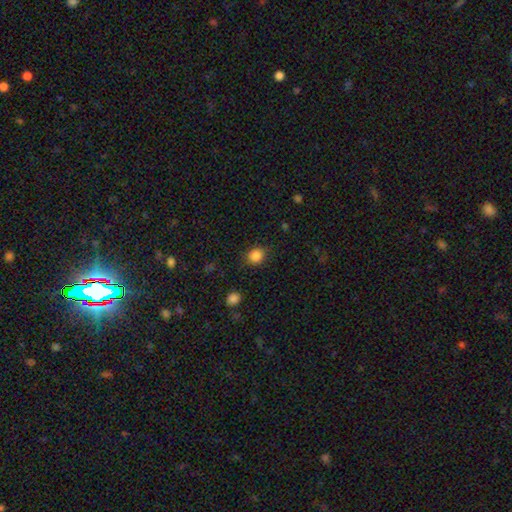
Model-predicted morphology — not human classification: A smooth galaxy with no disk features (86%) that is round (78%). Merging: none (85%).